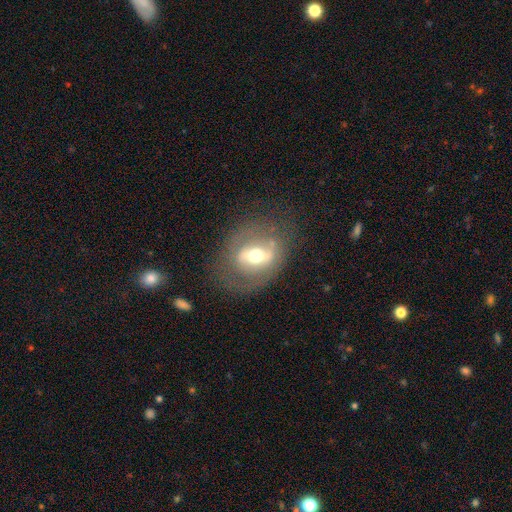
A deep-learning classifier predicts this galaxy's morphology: The model was most divided on "bar": strong: 48%, weak: 31%, no: 21%. More confident: edge-on disk — no (88%); spiral arms — no (72%); merging — none (69%); bulge size — moderate (68%); smooth or featured — featured or disk (61%).